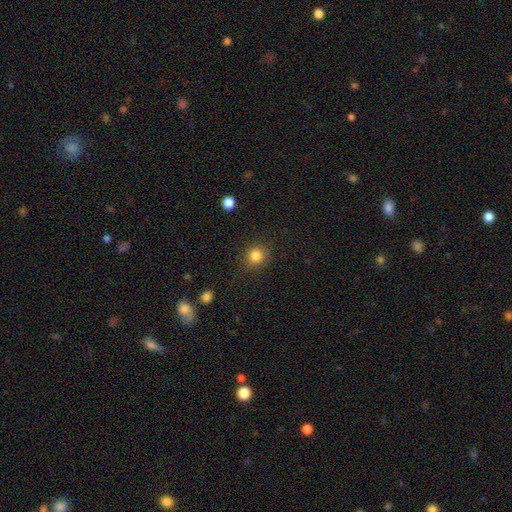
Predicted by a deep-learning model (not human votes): Overall: smooth (83%). How rounded: round (90%). Merging: none (87%).